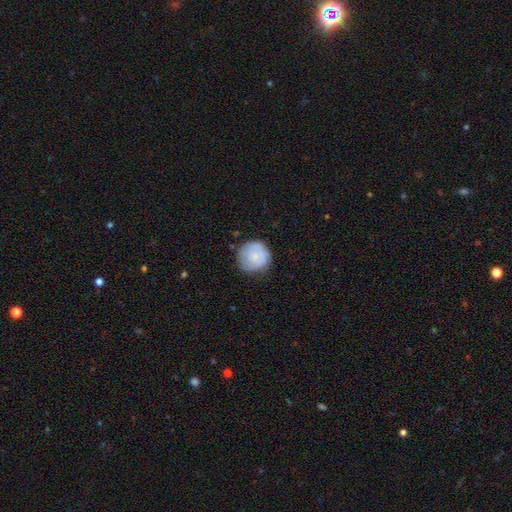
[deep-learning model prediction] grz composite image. It shows a smooth galaxy with no disk features (55%) that is round (92%). Merging: none (74%).